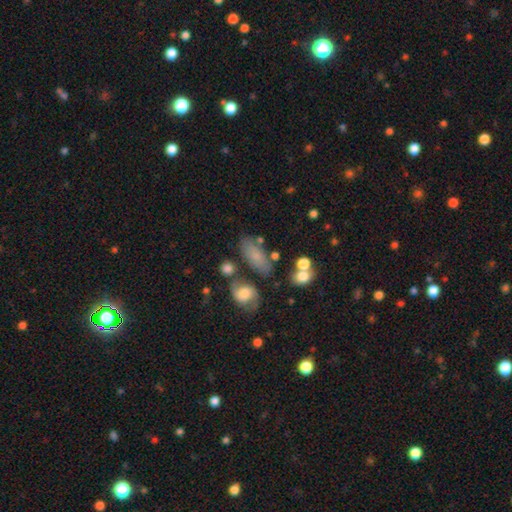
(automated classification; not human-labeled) A smooth galaxy with no disk features (71%) that is in between round and cigar-shaped (76%).

Vote fractions:
- Smooth or featured? smooth: 71% / featured or disk: 19% / star or artifact: 11%
- How rounded? in between: 76% / cigar-shaped: 18% / round: 7%
- Merging? none: 61% / minor disturbance: 19% / merger: 13% / major disturbance: 8%